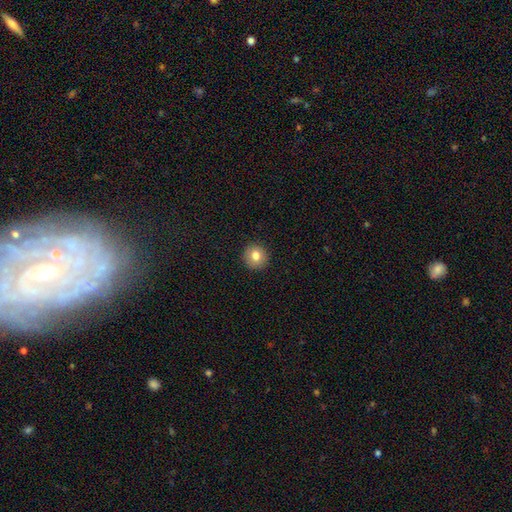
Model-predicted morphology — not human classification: smooth_or_featured: smooth (p=0.79) [alt: featured or disk p=0.11]
how_rounded: round (p=0.92) [alt: in between p=0.07]
merging: none (p=0.91) [alt: minor disturbance p=0.06]